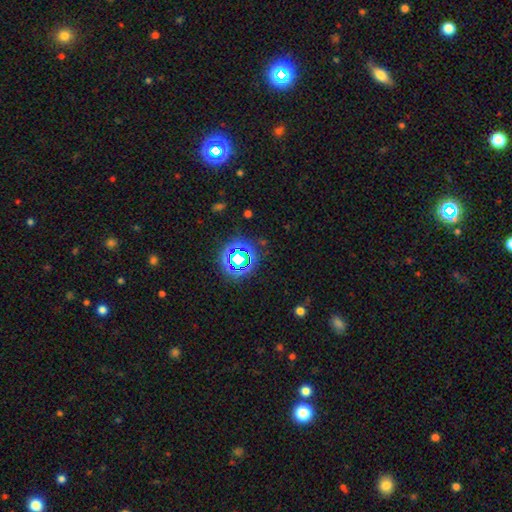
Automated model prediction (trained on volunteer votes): Smooth or featured: star or artifact — 66% (smooth — 26%)